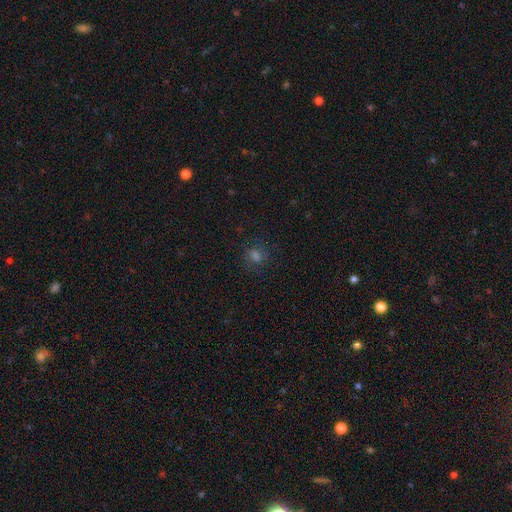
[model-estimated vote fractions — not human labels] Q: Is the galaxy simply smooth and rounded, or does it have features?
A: smooth — 58%.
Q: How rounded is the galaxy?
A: round — 55%.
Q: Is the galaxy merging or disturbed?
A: none — 78%.